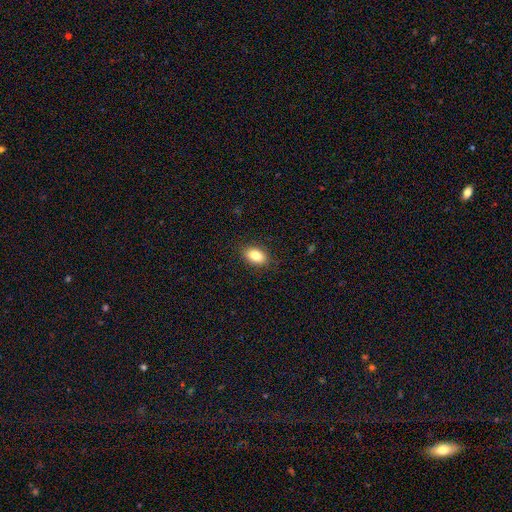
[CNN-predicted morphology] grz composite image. It shows a smooth galaxy with no disk features (83%) that is in between round and cigar-shaped (88%). Merging: none (88%).